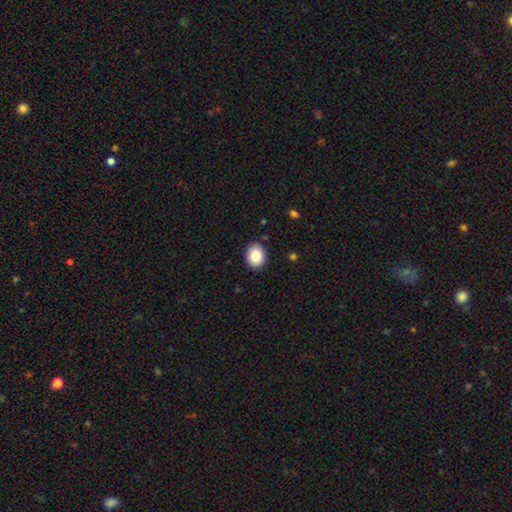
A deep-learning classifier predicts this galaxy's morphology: smooth-or-featured: smooth: 85% | star or artifact: 8% | featured or disk: 7%
  how-rounded: in between: 52% | round: 47% | cigar-shaped: 1%
  merging: none: 89% | minor disturbance: 8% | major disturbance: 2% | merger: 1%